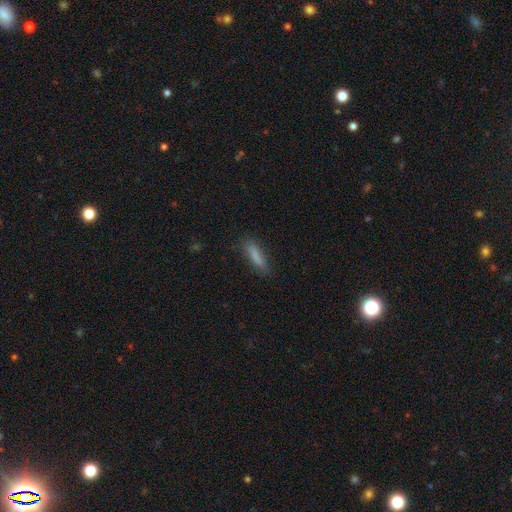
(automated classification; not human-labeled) Smooth or featured?
  - smooth: 82% *
  - featured or disk: 11%
  - star or artifact: 8%
How rounded?
  - cigar-shaped: 66% *
  - in between: 33%
  - round: 2%
Merging?
  - none: 77% *
  - minor disturbance: 17%
  - major disturbance: 4%
  - merger: 2%